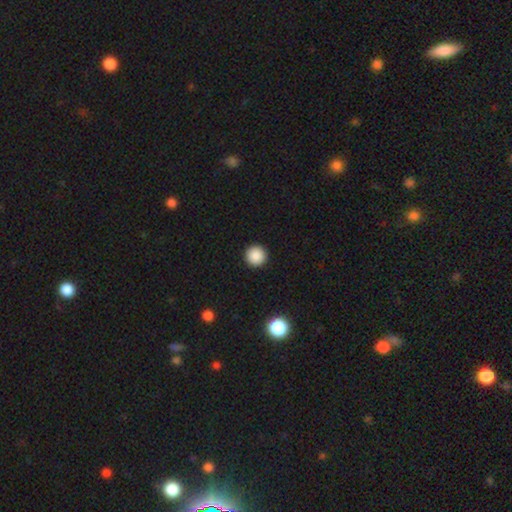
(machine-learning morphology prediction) Smooth or featured? Predicted: smooth (p=0.88). How rounded? Predicted: round (p=0.97). Merging? Predicted: none (p=0.94).